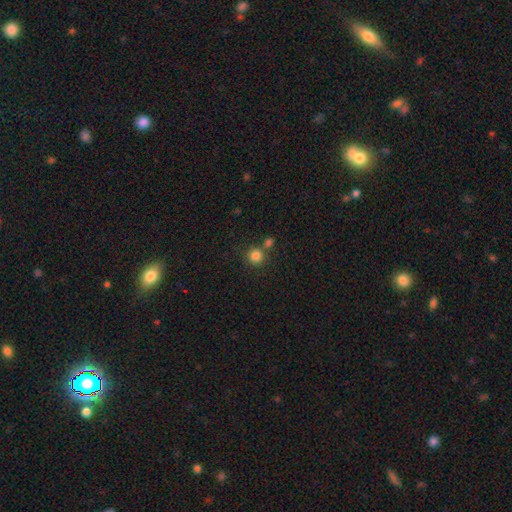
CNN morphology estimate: The model was most divided on "merging": none: 68%, merger: 21%, minor disturbance: 9%, major disturbance: 3%. More confident: how rounded — round (92%); smooth or featured — smooth (82%).